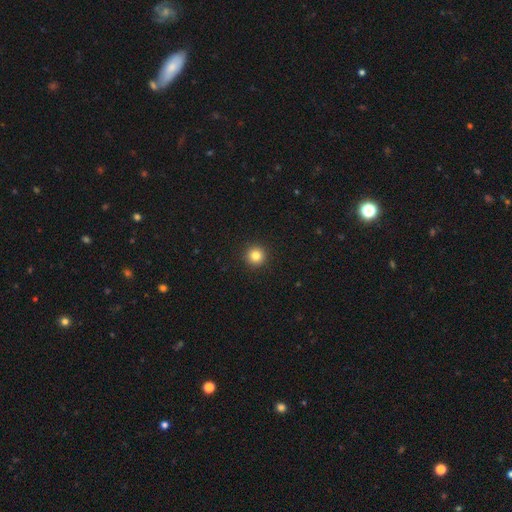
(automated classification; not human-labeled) This appears to be a smooth galaxy with no disk features (82%) that is round (96%). Merging: none (94%).